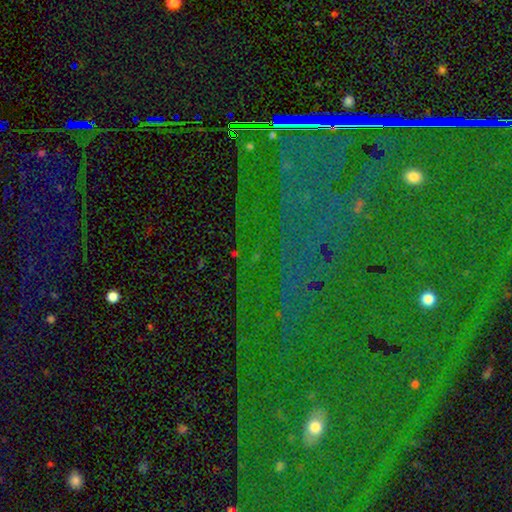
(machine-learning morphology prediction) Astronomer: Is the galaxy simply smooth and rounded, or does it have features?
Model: star or artifact — 86%.